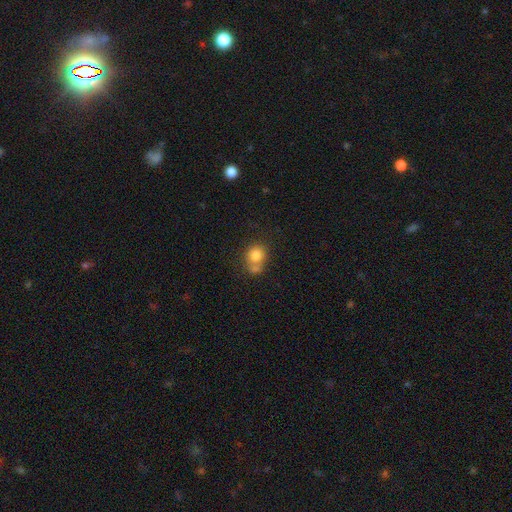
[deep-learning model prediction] A smooth galaxy with no disk features (80%) that is round (77%).

Vote fractions:
- Smooth or featured? smooth: 80% / star or artifact: 10% / featured or disk: 10%
- How rounded? round: 77% / in between: 22% / cigar-shaped: 1%
- Merging? none: 44% / merger: 38% / minor disturbance: 12% / major disturbance: 5%